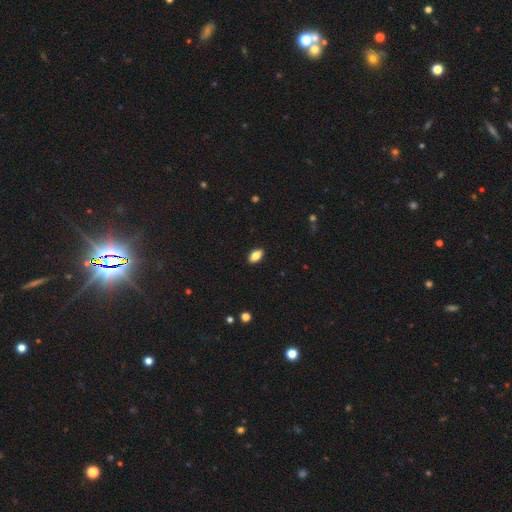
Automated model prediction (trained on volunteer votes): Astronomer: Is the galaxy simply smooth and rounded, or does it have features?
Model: smooth — 83%.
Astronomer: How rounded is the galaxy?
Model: in between — 91%.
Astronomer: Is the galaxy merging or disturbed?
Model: none — 90%.